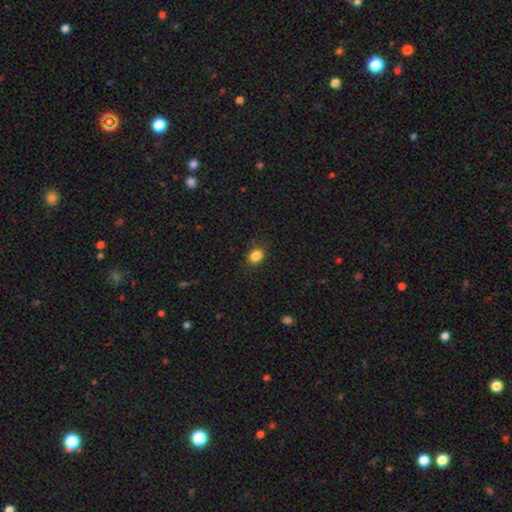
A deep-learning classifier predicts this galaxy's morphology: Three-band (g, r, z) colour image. It shows a smooth galaxy with no disk features (85%) that is round (56%). Merging: none (85%).